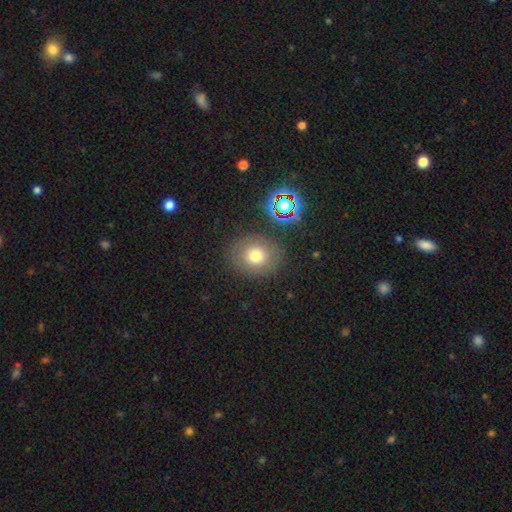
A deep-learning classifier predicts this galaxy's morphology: Smooth or featured? smooth (71%)
How rounded? round (70%)
Merging? none (83%)